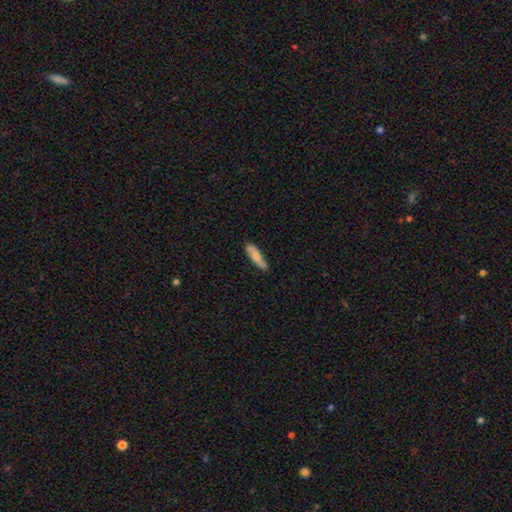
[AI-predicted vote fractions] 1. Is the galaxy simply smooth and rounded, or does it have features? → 76% smooth, 18% featured or disk, 6% star or artifact.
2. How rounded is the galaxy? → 74% cigar-shaped, 24% in between, 2% round.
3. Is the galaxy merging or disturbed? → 77% none, 18% minor disturbance, 3% major disturbance, 2% merger.